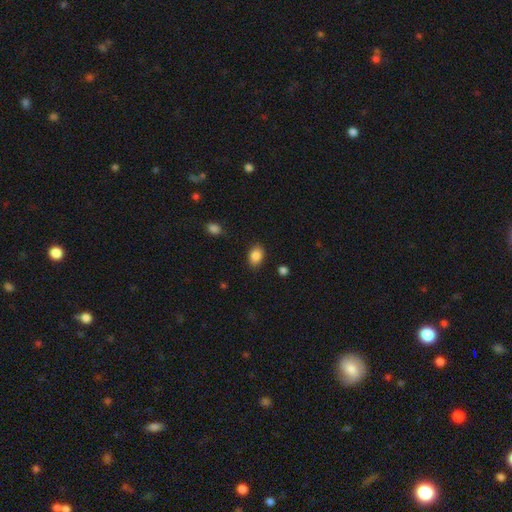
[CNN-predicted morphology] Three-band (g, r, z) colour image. It shows a smooth galaxy with no disk features (87%) that is in between round and cigar-shaped (79%). Merging: none (84%).